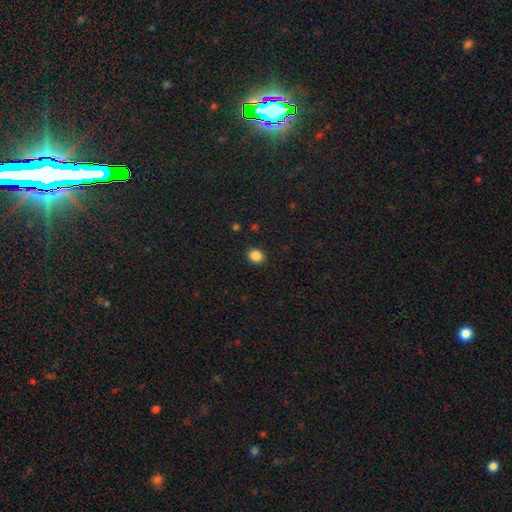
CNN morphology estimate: This is clearly a smooth galaxy (86%). How rounded: clearly round (86%). Merging: clearly none (91%).